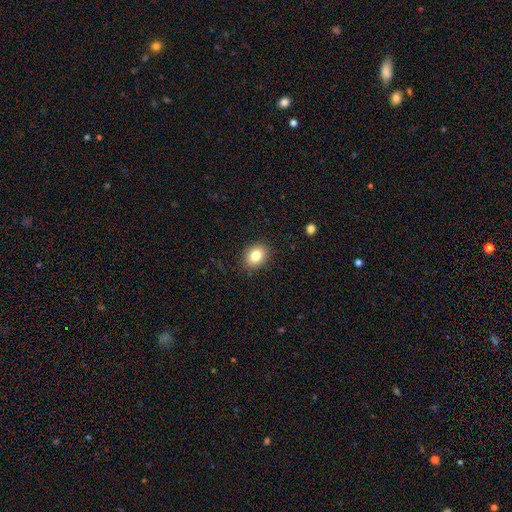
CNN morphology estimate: smooth-or-featured: smooth: 83% | star or artifact: 9% | featured or disk: 8%
  how-rounded: in between: 60% | round: 39% | cigar-shaped: 1%
  merging: none: 88% | minor disturbance: 9% | major disturbance: 2% | merger: 1%